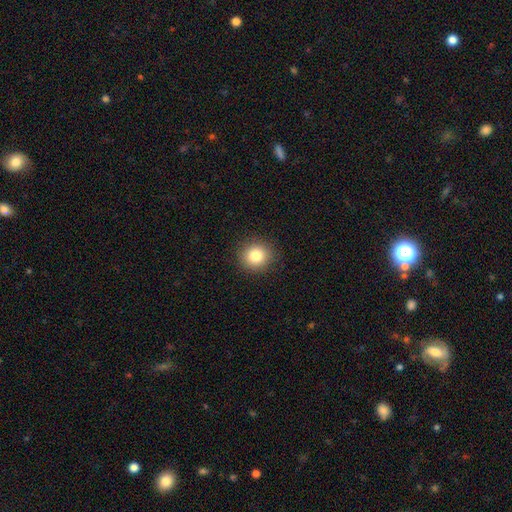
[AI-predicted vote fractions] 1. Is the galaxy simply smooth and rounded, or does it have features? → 82% smooth, 11% star or artifact, 7% featured or disk.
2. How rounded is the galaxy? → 88% round, 11% in between, 1% cigar-shaped.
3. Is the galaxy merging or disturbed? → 91% none, 6% minor disturbance, 2% major disturbance, 1% merger.